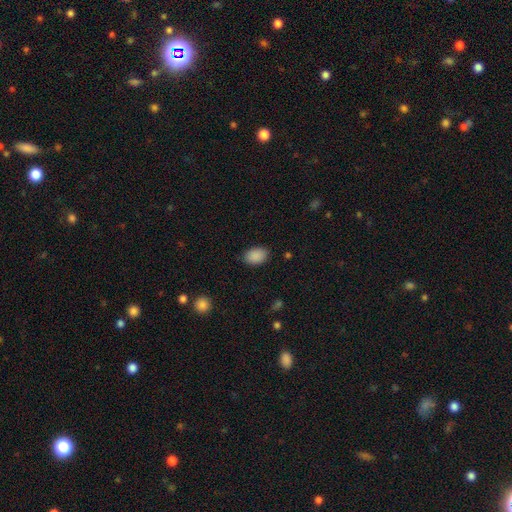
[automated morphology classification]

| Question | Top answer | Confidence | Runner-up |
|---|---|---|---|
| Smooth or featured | smooth | 89% | star or artifact (8%) |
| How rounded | in between | 83% | round (16%) |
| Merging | none | 85% | minor disturbance (11%) |